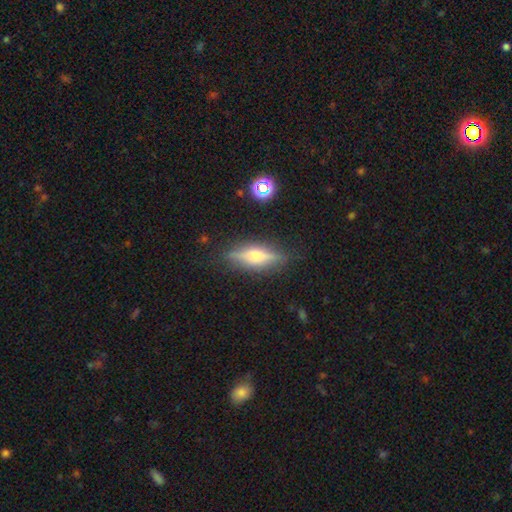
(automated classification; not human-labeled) Smooth or featured? Predicted: featured or disk (p=0.62). Edge-on disk? Predicted: yes (p=0.94). Edge-on bulge? Predicted: rounded (p=0.88). Merging? Predicted: none (p=0.85).